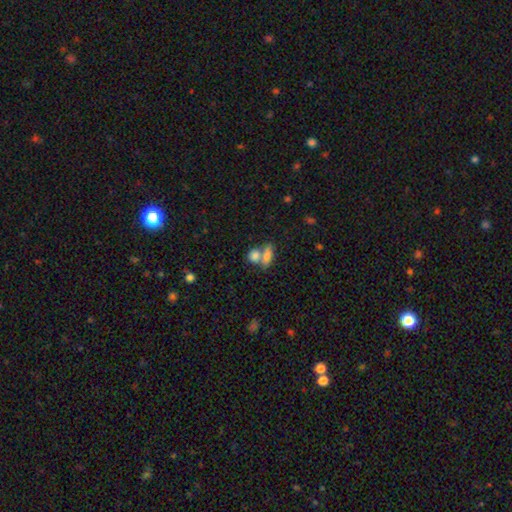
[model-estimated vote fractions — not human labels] smooth 78%, featured or disk 13%, star or artifact 10%. Down the decision tree: how rounded — in between (55%); merging — merger (51%).